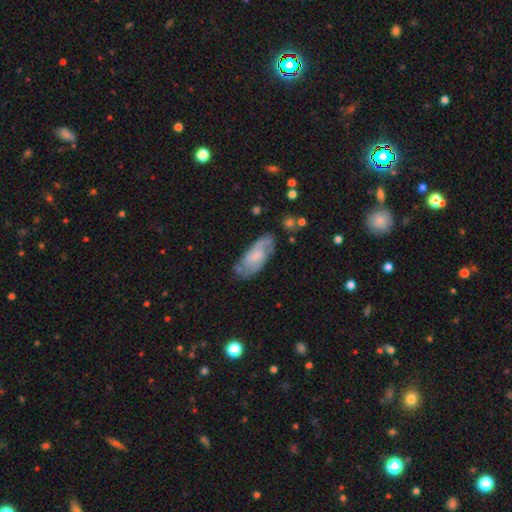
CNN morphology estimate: smooth_or_featured: featured or disk (p=0.69) [alt: smooth p=0.24]
disk_edge_on: no (p=0.93) [alt: yes p=0.07]
bar: no (p=0.54) [alt: weak p=0.38]
has_spiral_arms: yes (p=0.92) [alt: no p=0.08]
spiral_winding: medium (p=0.47) [alt: tight p=0.33]
spiral_arm_count: 2 (p=0.75) [alt: can't tell p=0.15]
bulge_size: small (p=0.44) [alt: moderate p=0.25]
merging: none (p=0.71) [alt: minor disturbance p=0.20]